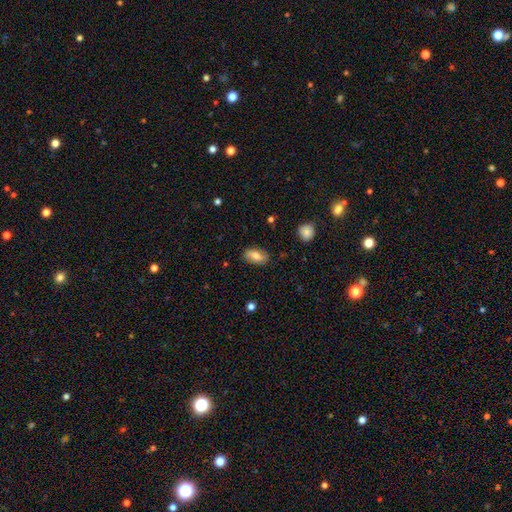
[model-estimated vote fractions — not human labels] Smooth or featured: smooth — 68% (featured or disk — 25%)
How rounded: in between — 91% (round — 6%)
Merging: none — 84% (minor disturbance — 12%)